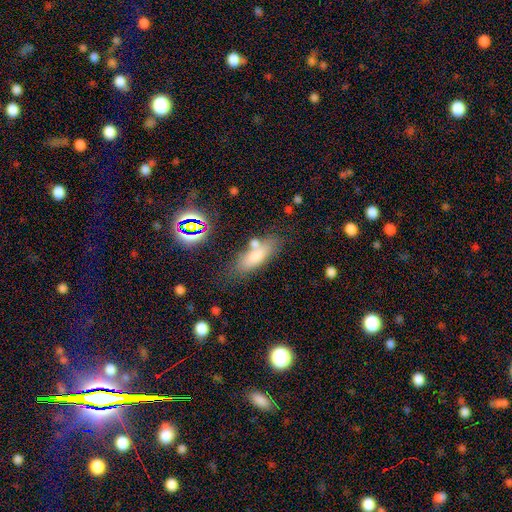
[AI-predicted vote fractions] Smooth or featured?
  - smooth: 72% *
  - featured or disk: 15%
  - star or artifact: 13%
How rounded?
  - in between: 62% *
  - cigar-shaped: 34%
  - round: 4%
Merging?
  - none: 66% *
  - minor disturbance: 16%
  - merger: 12%
  - major disturbance: 6%